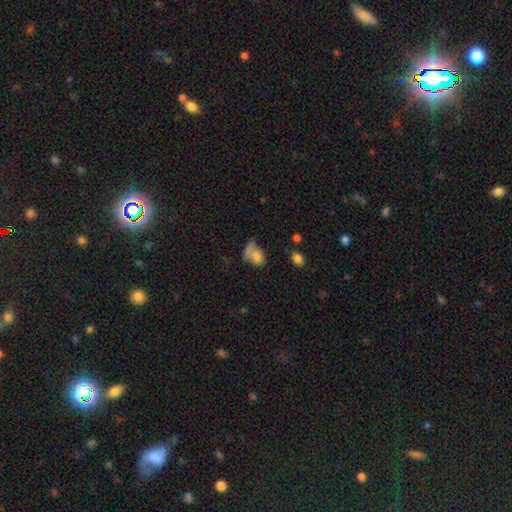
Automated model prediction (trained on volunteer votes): A smooth galaxy with no disk features (72%) that is in between round and cigar-shaped (68%). Merging: none (34%).